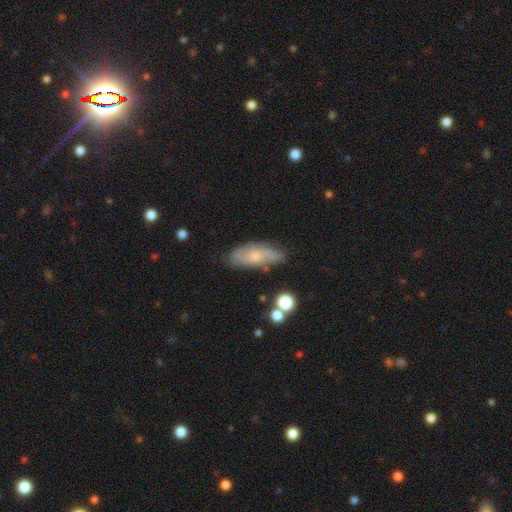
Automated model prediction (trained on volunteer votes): This is possibly a featured or disk galaxy (53%). It is clearly not viewed edge-on (82%). Merging: likely none (63%).